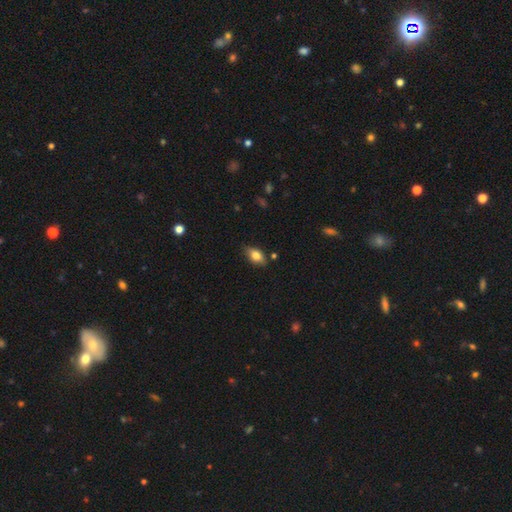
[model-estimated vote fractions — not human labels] Q: Smooth or featured?
A: smooth (78%); runner-up: featured or disk (15%)
Q: How rounded?
A: in between (88%); runner-up: round (6%)
Q: Merging?
A: none (79%); runner-up: minor disturbance (16%)